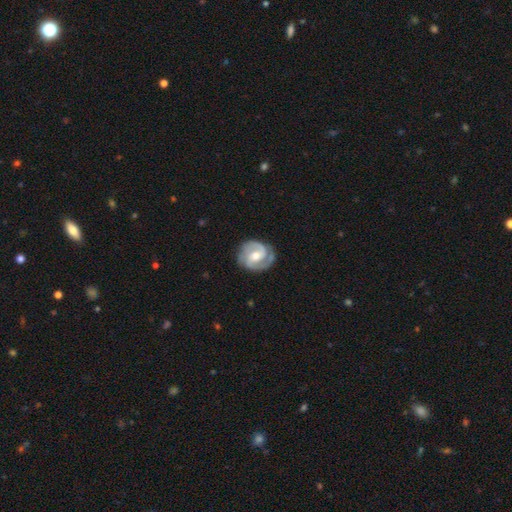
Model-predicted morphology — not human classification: Smooth or featured? Predicted: featured or disk (p=0.88). Edge-on disk? Predicted: no (p=0.98). Bar? Predicted: weak (p=0.45). Spiral arms? Predicted: yes (p=0.97). Spiral winding? Predicted: tight (p=0.48). Spiral arm count? Predicted: 2 (p=0.84). Bulge size? Predicted: moderate (p=0.62). Merging? Predicted: none (p=0.80).